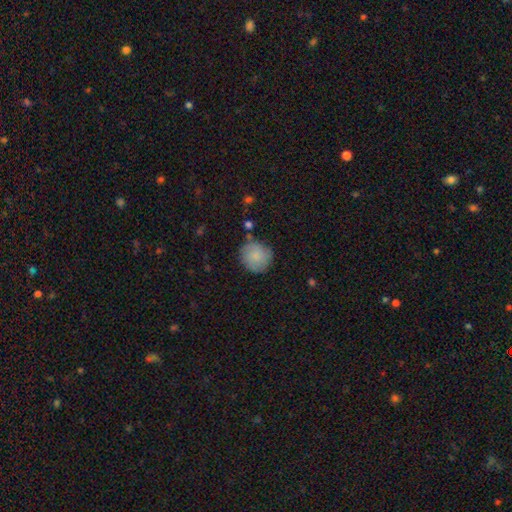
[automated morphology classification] Smooth or featured? Predicted: smooth (p=0.81). How rounded? Predicted: round (p=0.91). Merging? Predicted: none (p=0.77).